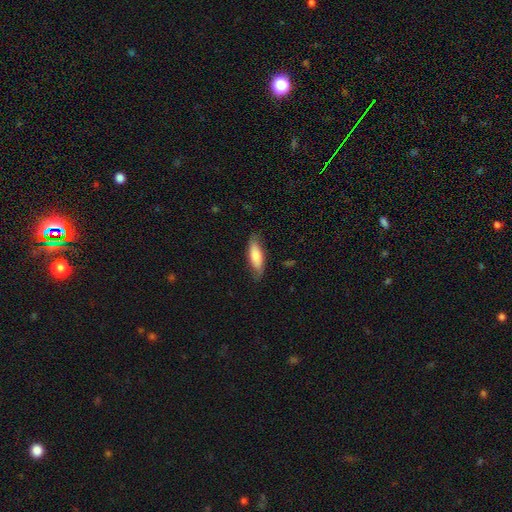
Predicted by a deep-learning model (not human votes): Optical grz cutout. It shows a smooth galaxy with no disk features (70%) that is in between round and cigar-shaped (59%). Merging: none (77%).